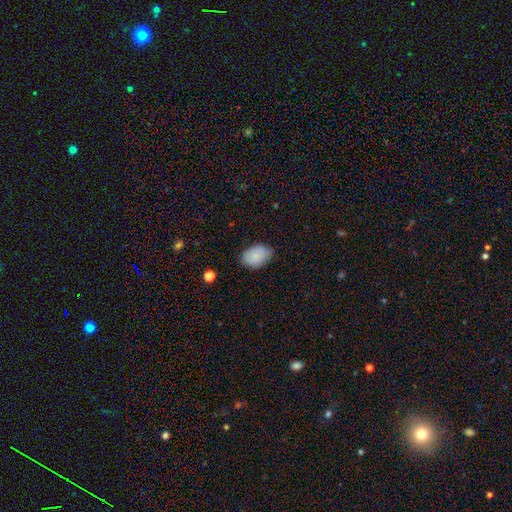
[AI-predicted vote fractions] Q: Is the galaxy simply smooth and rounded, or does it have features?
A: smooth — 86%.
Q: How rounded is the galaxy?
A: in between — 86%.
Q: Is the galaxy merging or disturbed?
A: none — 76%.